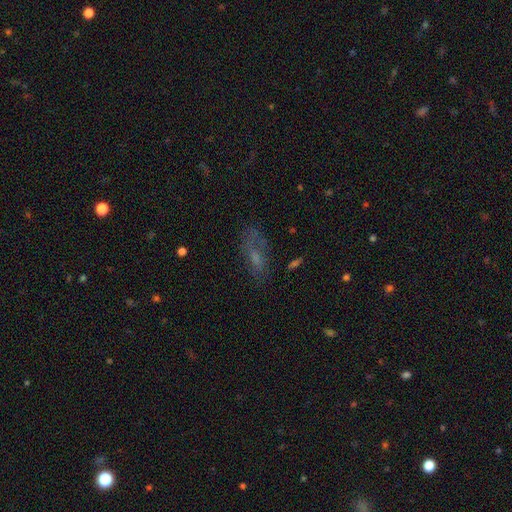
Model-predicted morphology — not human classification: Smooth or featured: smooth — 43% (featured or disk — 36%)
Merging: none — 57% (minor disturbance — 22%)